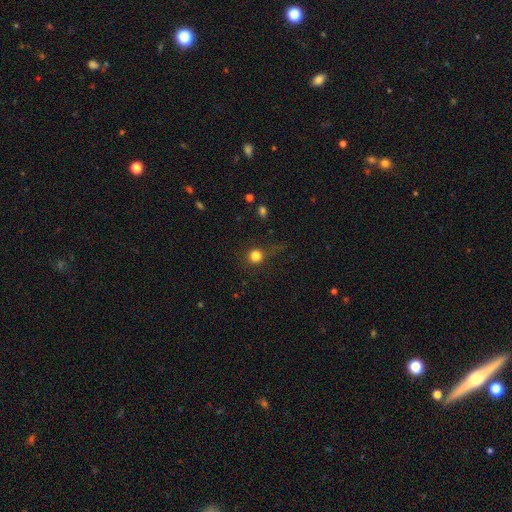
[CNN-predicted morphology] smooth_or_featured: smooth (p=0.81) [alt: star or artifact p=0.13]
how_rounded: round (p=0.92) [alt: in between p=0.07]
merging: none (p=0.76) [alt: minor disturbance p=0.14]